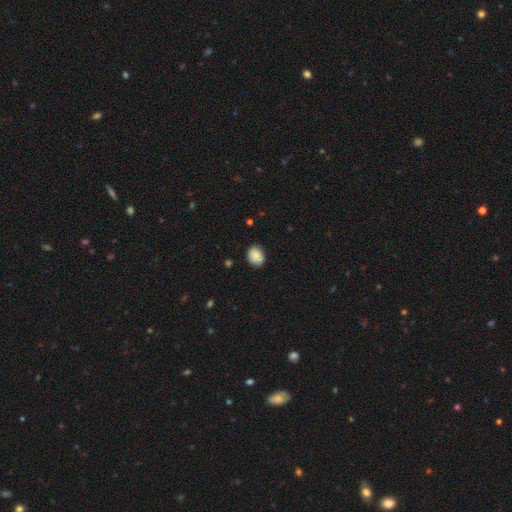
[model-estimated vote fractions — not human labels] smooth-or-featured: smooth: 85% | star or artifact: 8% | featured or disk: 7%
  how-rounded: round: 51% | in between: 48% | cigar-shaped: 1%
  merging: none: 81% | minor disturbance: 15% | major disturbance: 2% | merger: 1%